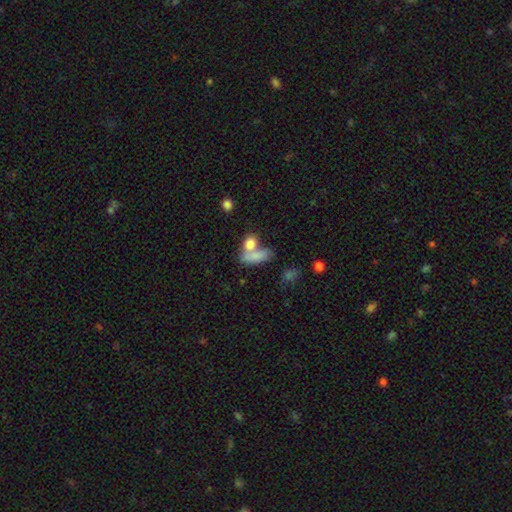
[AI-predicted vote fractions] This appears to be a smooth galaxy with no disk features (79%) that is in between round and cigar-shaped (68%). Merging: merger (47%).